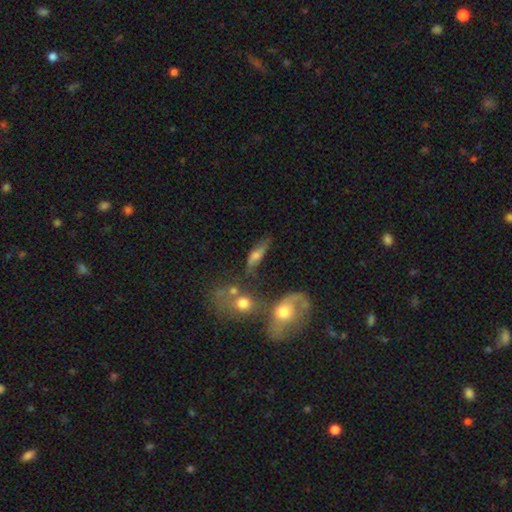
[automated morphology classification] This is possibly a featured or disk galaxy (46%). Merging: possibly none (48%).